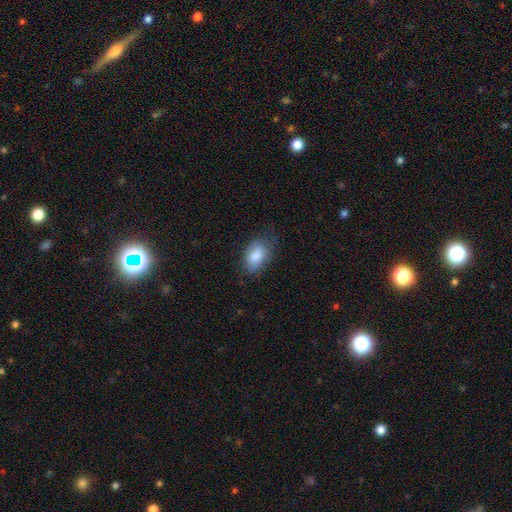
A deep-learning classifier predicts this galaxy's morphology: A smooth galaxy with no disk features (83%) that is in between round and cigar-shaped (87%). Merging: none (66%).